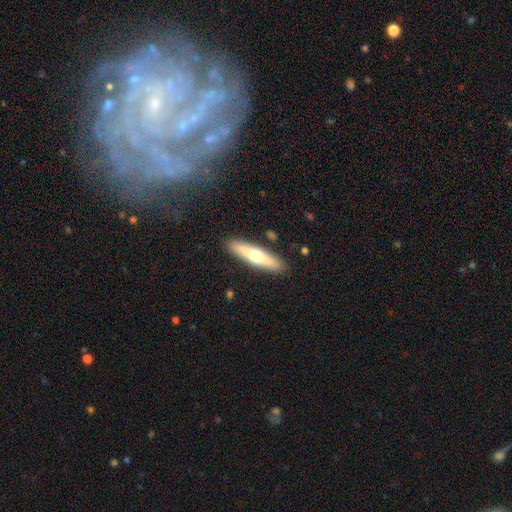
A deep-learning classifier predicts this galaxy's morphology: type=smooth (54%); roundness=cigar-shaped (77%); merging=none (88%).